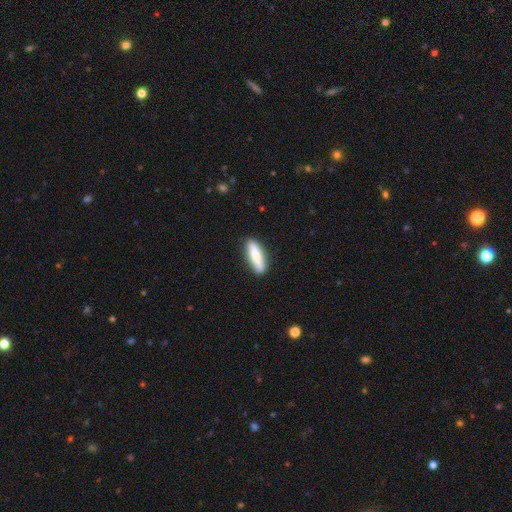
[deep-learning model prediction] Smooth or featured: smooth — 71% (featured or disk — 23%)
How rounded: cigar-shaped — 70% (in between — 28%)
Merging: none — 88% (minor disturbance — 9%)